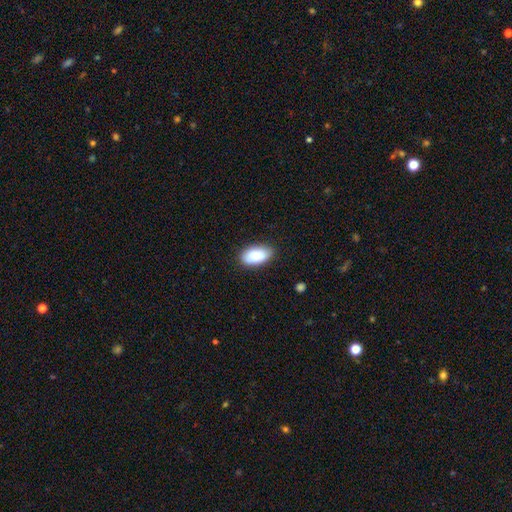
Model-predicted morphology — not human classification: Smooth or featured? smooth (89%)
How rounded? in between (95%)
Merging? none (84%)